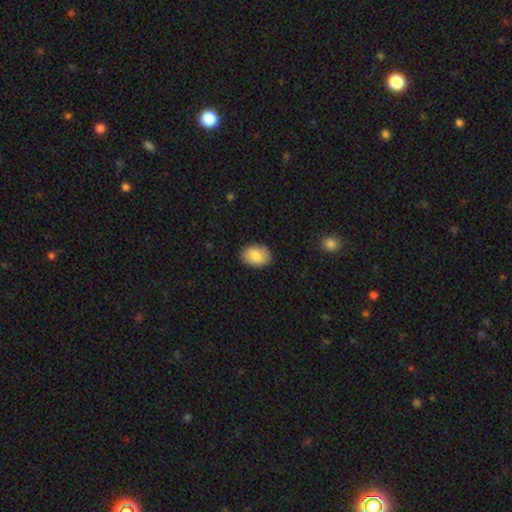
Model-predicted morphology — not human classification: This is clearly a smooth galaxy (83%). How rounded: likely in between (78%). Merging: clearly none (87%).